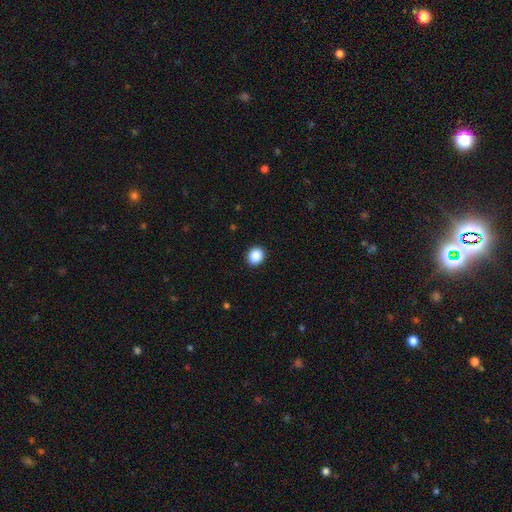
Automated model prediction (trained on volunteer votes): Smooth or featured? Predicted: smooth (p=0.89). How rounded? Predicted: round (p=0.81). Merging? Predicted: none (p=0.92).